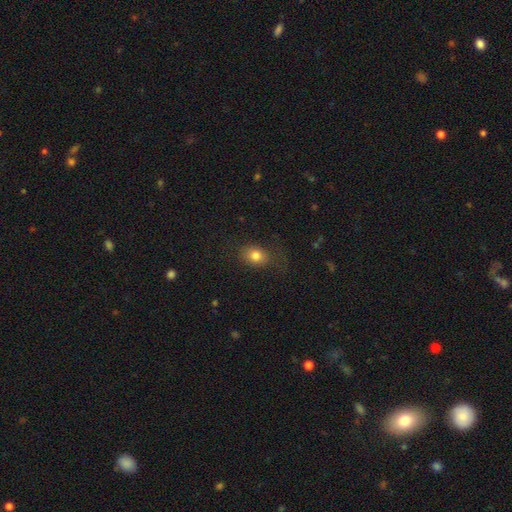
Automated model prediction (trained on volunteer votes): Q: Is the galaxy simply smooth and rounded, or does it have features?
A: smooth — 81%.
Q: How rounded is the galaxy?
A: in between — 59%.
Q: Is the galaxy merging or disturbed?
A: none — 73%.